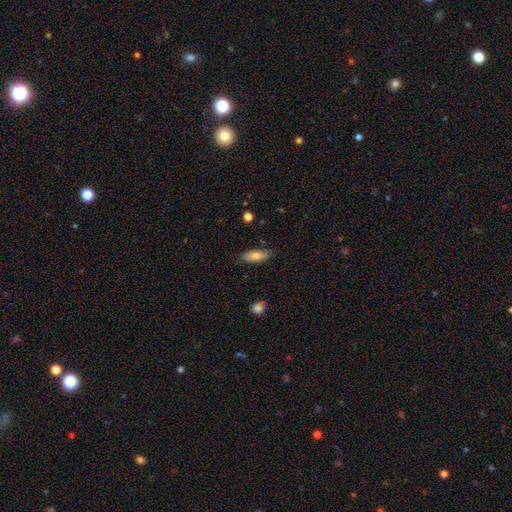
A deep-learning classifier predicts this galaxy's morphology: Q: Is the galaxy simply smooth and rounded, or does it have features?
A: smooth — 76%.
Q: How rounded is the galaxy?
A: in between — 73%.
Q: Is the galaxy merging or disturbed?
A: none — 82%.